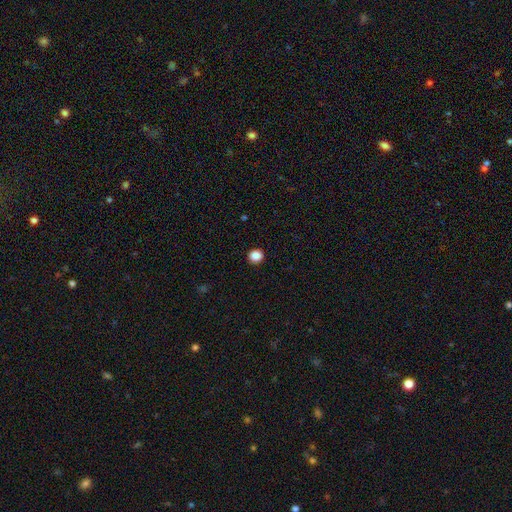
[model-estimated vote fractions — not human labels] Overall: smooth (88%). How rounded: round (89%). Merging: none (93%).